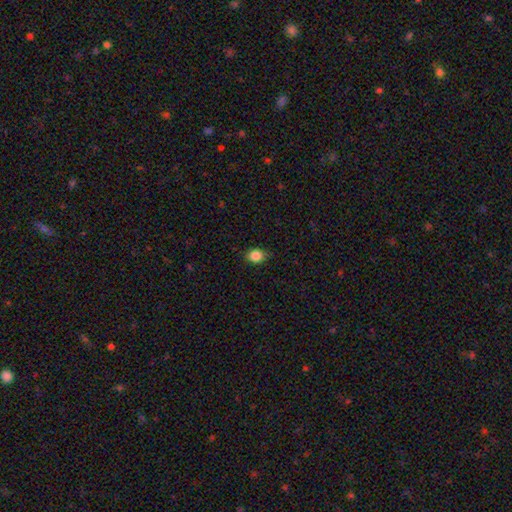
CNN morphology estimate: Smooth or featured: smooth — 85% (star or artifact — 11%)
How rounded: round — 61% (in between — 38%)
Merging: none — 79% (minor disturbance — 17%)